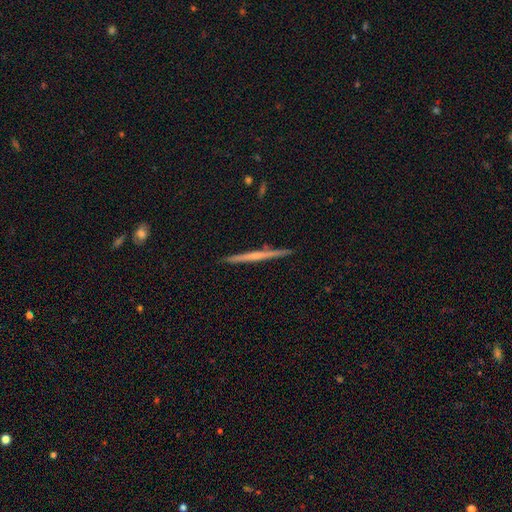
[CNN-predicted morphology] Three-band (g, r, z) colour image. It shows a featured or disk galaxy (63%) viewed edge-on (98%) with no central bulge (60%). Merging: none (91%).